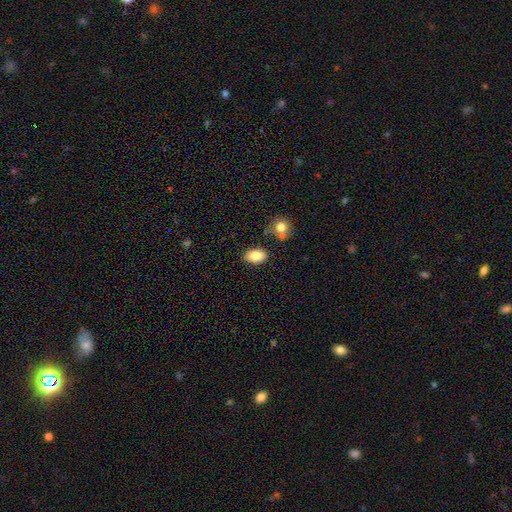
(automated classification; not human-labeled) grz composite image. It shows a smooth galaxy with no disk features (85%) that is in between round and cigar-shaped (89%). Merging: none (81%).